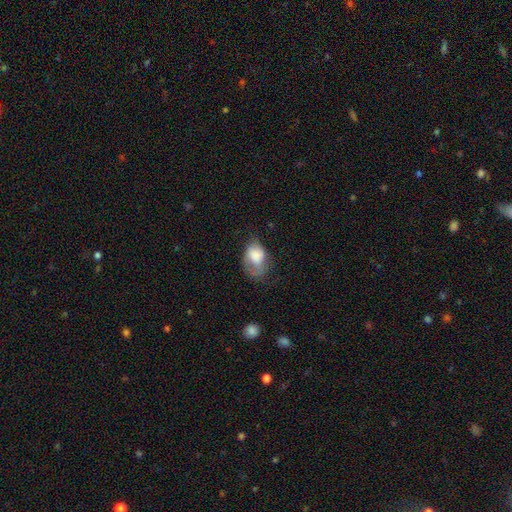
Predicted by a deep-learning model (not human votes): smooth 72%, featured or disk 20%, star or artifact 8%. Down the decision tree: how rounded — in between (82%); merging — major disturbance (35%).